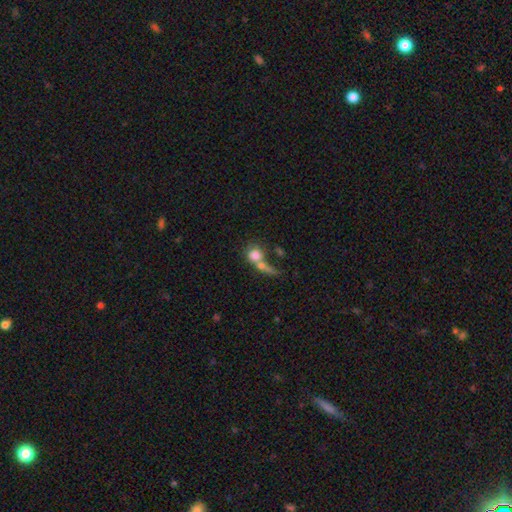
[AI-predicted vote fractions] A smooth galaxy with no disk features (72%) that is round (72%). Merging: merger (50%).